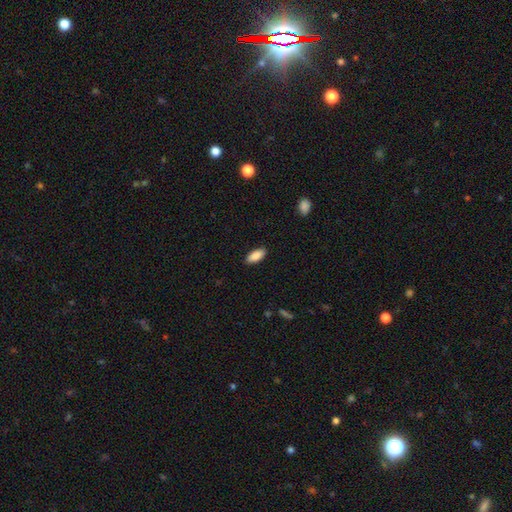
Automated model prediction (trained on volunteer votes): smooth 88%, star or artifact 6%, featured or disk 6%. Down the decision tree: how rounded — in between (85%); merging — none (89%).